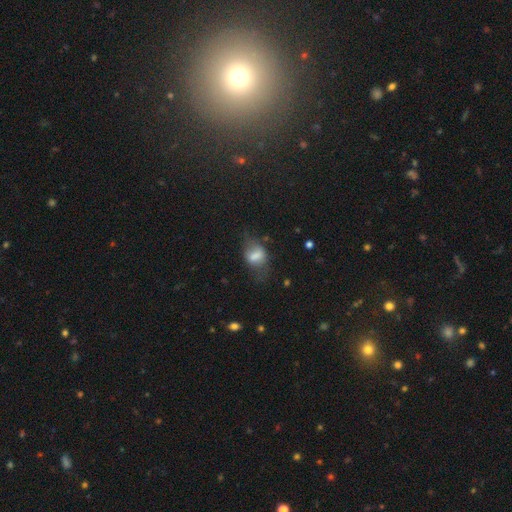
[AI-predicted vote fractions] smooth_or_featured: smooth (p=0.65) [alt: featured or disk p=0.25]
how_rounded: in between (p=0.76) [alt: round p=0.21]
merging: none (p=0.44) [alt: minor disturbance p=0.28]